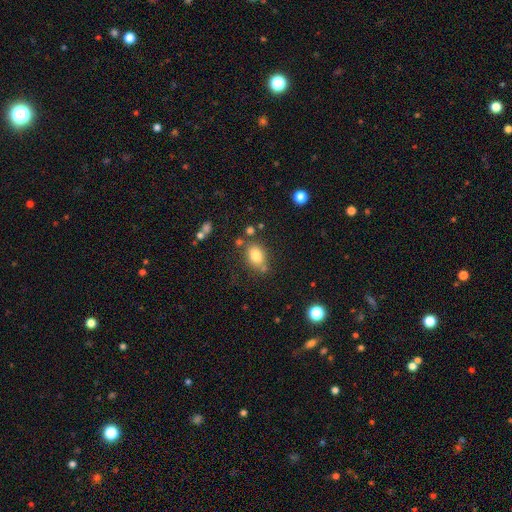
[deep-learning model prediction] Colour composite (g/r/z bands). It shows a smooth galaxy with no disk features (80%) that is in between round and cigar-shaped (68%). Merging: none (70%).